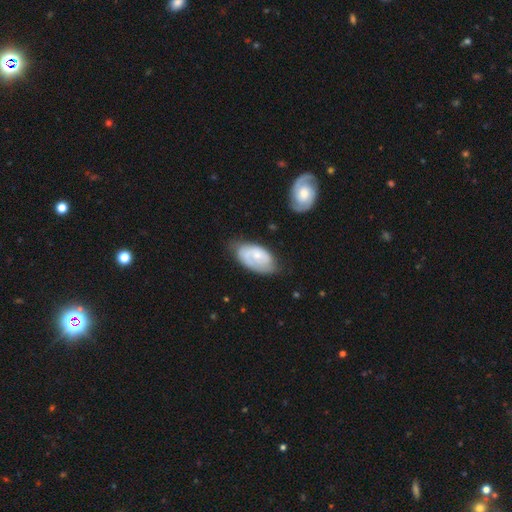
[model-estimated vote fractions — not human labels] smooth-or-featured: featured or disk: 54% | smooth: 40% | star or artifact: 6%
  disk-edge-on: no: 94% | yes: 6%
    bar: no: 71% | weak: 25% | strong: 4%
    has-spiral-arms: yes: 76% | no: 24%
    bulge-size: small: 56% | moderate: 35% | none: 5% | large: 3% | dominant: 1%
  merging: none: 59% | minor disturbance: 29% | major disturbance: 9% | merger: 3%